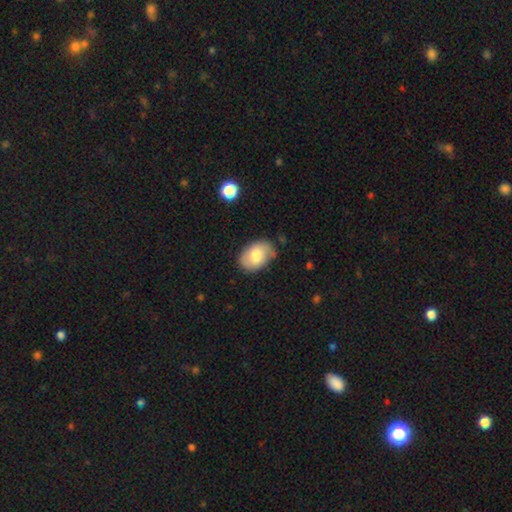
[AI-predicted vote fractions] Smooth or featured?
  - smooth: 74% *
  - featured or disk: 20%
  - star or artifact: 7%
How rounded?
  - in between: 84% *
  - round: 15%
  - cigar-shaped: 1%
Merging?
  - none: 76% *
  - minor disturbance: 18%
  - major disturbance: 4%
  - merger: 2%